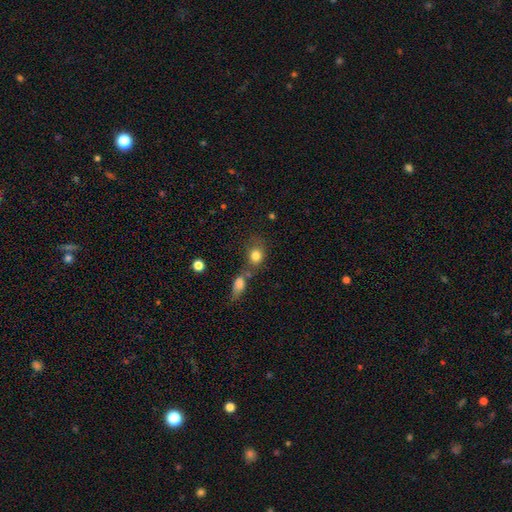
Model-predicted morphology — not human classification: smooth 82%, star or artifact 10%, featured or disk 8%. Down the decision tree: how rounded — round (57%); merging — none (51%).